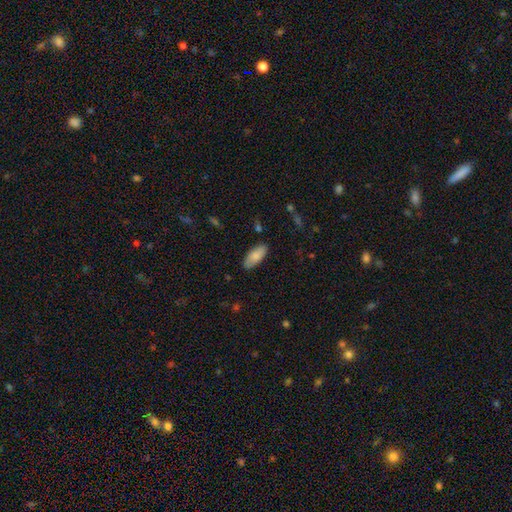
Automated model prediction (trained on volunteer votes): smooth 81%, featured or disk 13%, star or artifact 6%. Down the decision tree: how rounded — in between (82%); merging — none (84%).